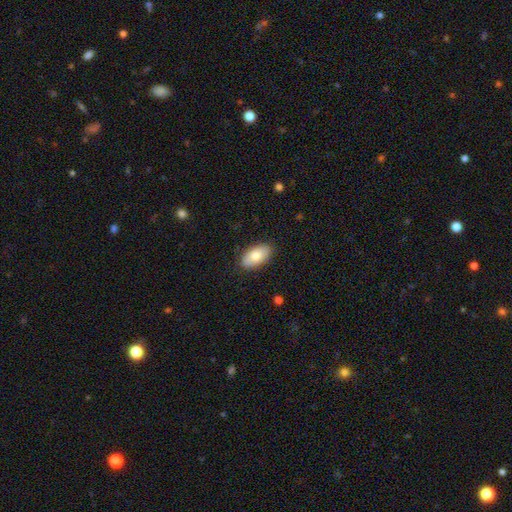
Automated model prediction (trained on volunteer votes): Smooth or featured? smooth (80%)
How rounded? in between (94%)
Merging? none (87%)